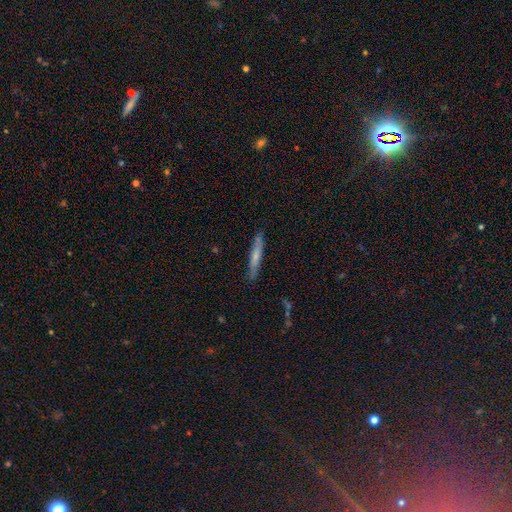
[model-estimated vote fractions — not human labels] A smooth galaxy with no disk features (57%) that is cigar-shaped (93%).

Vote fractions:
- Smooth or featured? smooth: 57% / featured or disk: 36% / star or artifact: 6%
- How rounded? cigar-shaped: 93% / in between: 5% / round: 1%
- Merging? none: 86% / minor disturbance: 11% / major disturbance: 2% / merger: 2%